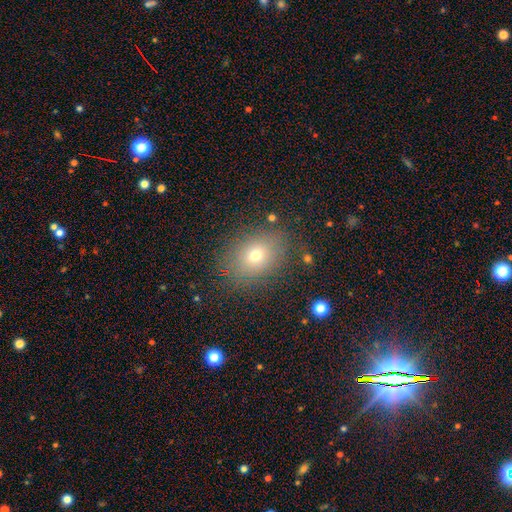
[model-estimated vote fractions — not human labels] The model was most divided on "how rounded": in between: 63%, round: 36%, cigar-shaped: 1%. More confident: merging — none (83%); smooth or featured — smooth (69%).